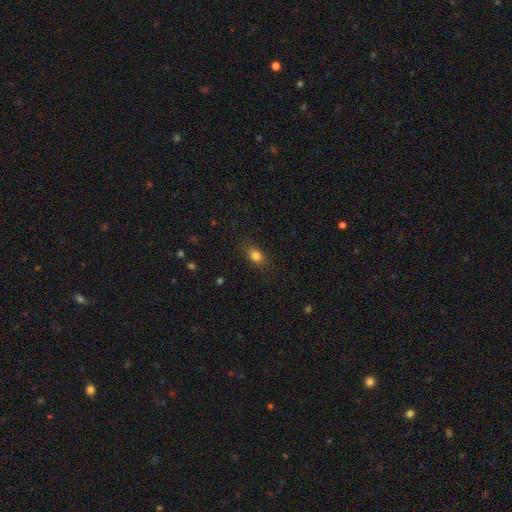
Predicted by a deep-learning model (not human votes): A smooth galaxy with no disk features (82%) that is in between round and cigar-shaped (74%). Merging: none (82%).